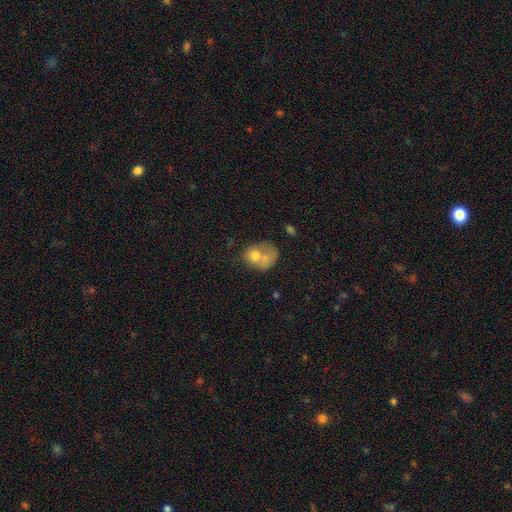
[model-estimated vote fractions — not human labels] Smooth or featured: smooth — 64% (featured or disk — 27%)
How rounded: round — 51% (in between — 48%)
Merging: merger — 54% (none — 19%)